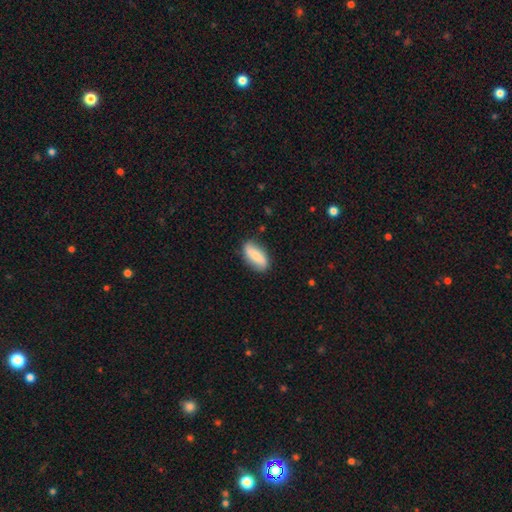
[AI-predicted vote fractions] smooth-or-featured: smooth: 70% | featured or disk: 24% | star or artifact: 6%
  how-rounded: in between: 81% | cigar-shaped: 15% | round: 3%
  merging: none: 81% | minor disturbance: 15% | major disturbance: 3% | merger: 1%